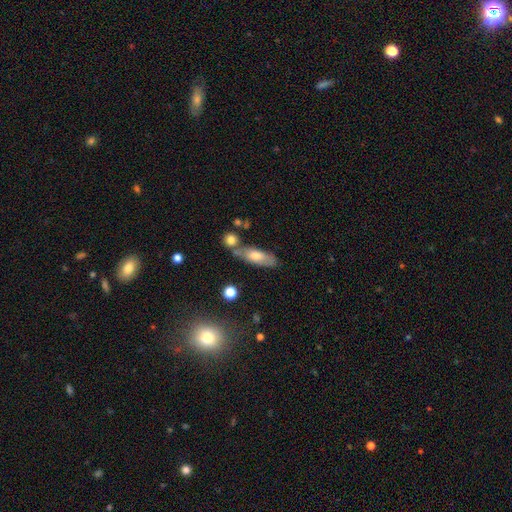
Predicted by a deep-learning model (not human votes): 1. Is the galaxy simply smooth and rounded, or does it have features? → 61% smooth, 31% featured or disk, 8% star or artifact.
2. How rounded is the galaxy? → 59% in between, 37% cigar-shaped, 4% round.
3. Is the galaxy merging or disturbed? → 58% none, 19% merger, 17% minor disturbance, 6% major disturbance.